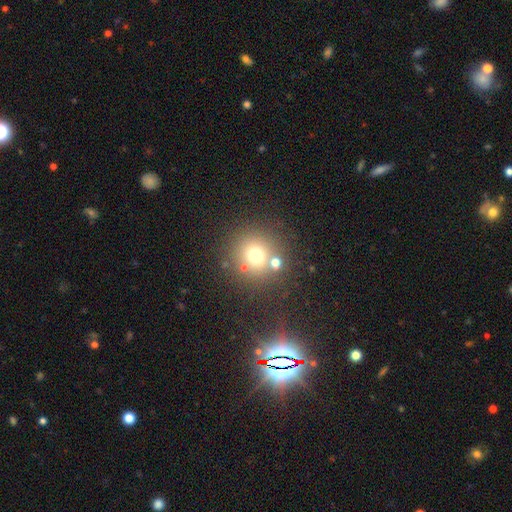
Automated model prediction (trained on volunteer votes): smooth-or-featured: smooth: 70% | star or artifact: 18% | featured or disk: 13%
  how-rounded: round: 91% | in between: 8% | cigar-shaped: 1%
  merging: none: 71% | merger: 16% | minor disturbance: 9% | major disturbance: 5%